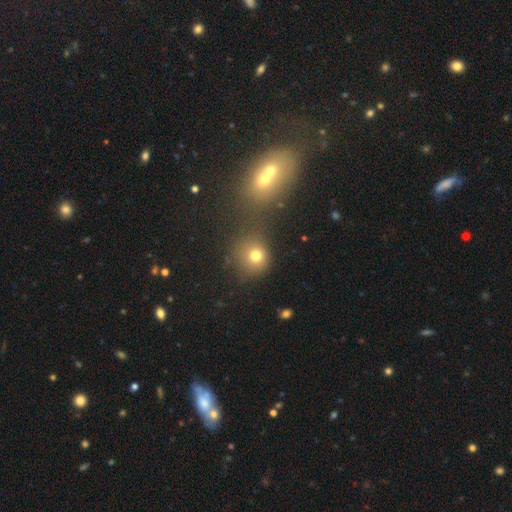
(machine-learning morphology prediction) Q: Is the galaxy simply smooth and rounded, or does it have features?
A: smooth — 74%.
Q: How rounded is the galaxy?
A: round — 86%.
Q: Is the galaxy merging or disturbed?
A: none — 61%.